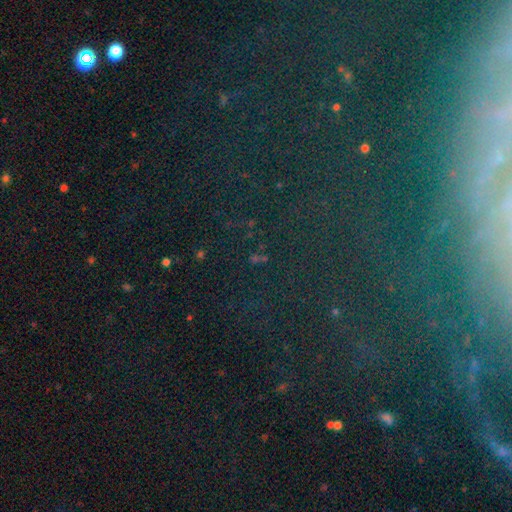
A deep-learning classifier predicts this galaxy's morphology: Overall: star or artifact (73%).